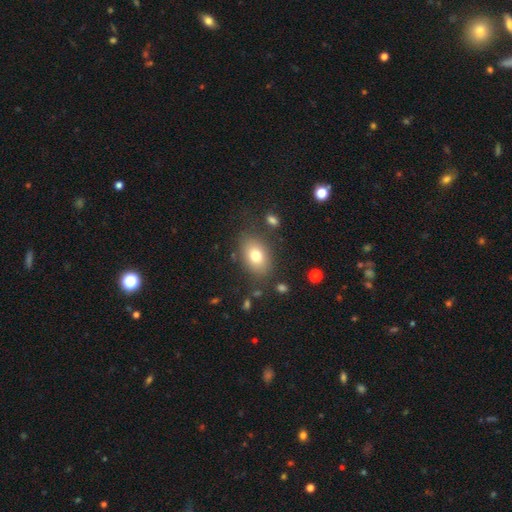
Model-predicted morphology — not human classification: A smooth galaxy with no disk features (76%) that is in between round and cigar-shaped (79%).

Vote fractions:
- Smooth or featured? smooth: 76% / featured or disk: 14% / star or artifact: 10%
- How rounded? in between: 79% / round: 19% / cigar-shaped: 1%
- Merging? none: 80% / minor disturbance: 12% / major disturbance: 5% / merger: 3%